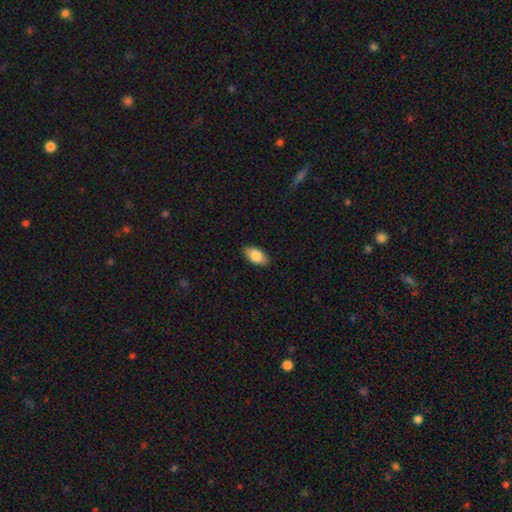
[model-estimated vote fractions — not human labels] Smooth or featured? Predicted: smooth (p=0.83). How rounded? Predicted: in between (p=0.93). Merging? Predicted: none (p=0.88).